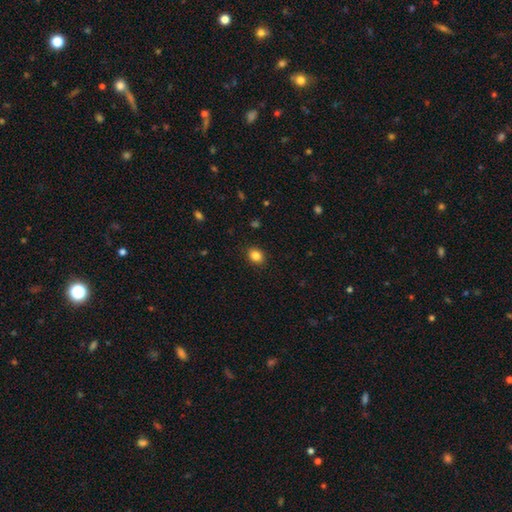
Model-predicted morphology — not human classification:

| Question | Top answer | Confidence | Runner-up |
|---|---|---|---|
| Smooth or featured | smooth | 85% | star or artifact (10%) |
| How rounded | in between | 53% | round (46%) |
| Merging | none | 89% | minor disturbance (8%) |